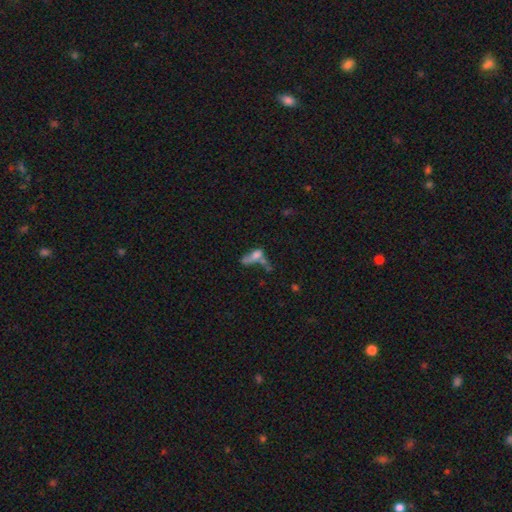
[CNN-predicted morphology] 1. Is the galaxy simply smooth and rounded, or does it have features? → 57% smooth, 29% featured or disk, 15% star or artifact.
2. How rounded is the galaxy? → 65% in between, 28% cigar-shaped, 7% round.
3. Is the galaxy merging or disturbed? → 41% merger, 27% major disturbance, 18% none, 13% minor disturbance.